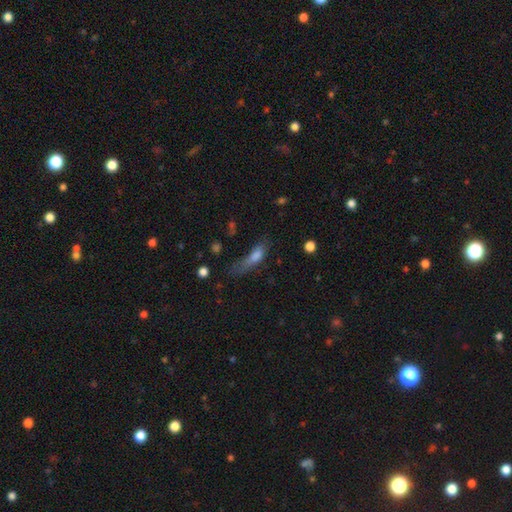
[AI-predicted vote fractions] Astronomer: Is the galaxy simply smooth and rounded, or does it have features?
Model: smooth — 69%.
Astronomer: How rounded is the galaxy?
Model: cigar-shaped — 53% (runner-up: in between, 43%).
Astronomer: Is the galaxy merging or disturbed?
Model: none — 32%, tied with major disturbance at 32%.